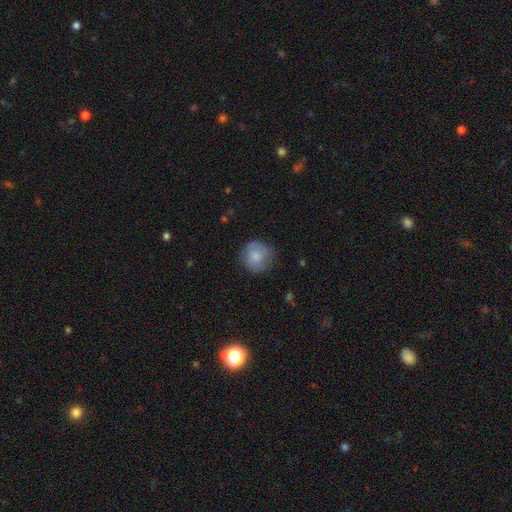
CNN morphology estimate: Smooth or featured? smooth (80%)
How rounded? round (92%)
Merging? none (75%)